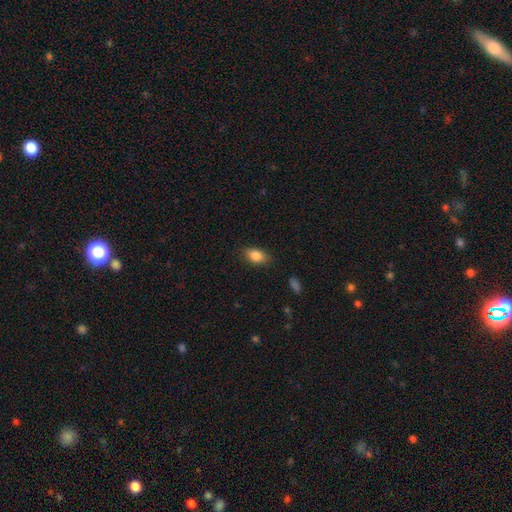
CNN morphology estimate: type=smooth (84%); roundness=in between (86%); merging=none (83%).